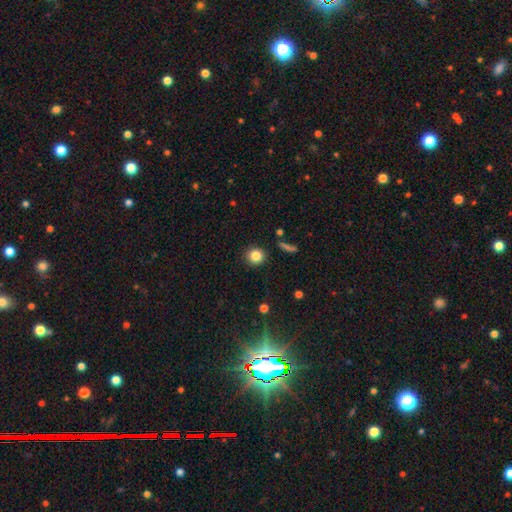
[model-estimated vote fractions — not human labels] Smooth or featured? smooth (84%)
How rounded? round (92%)
Merging? none (90%)